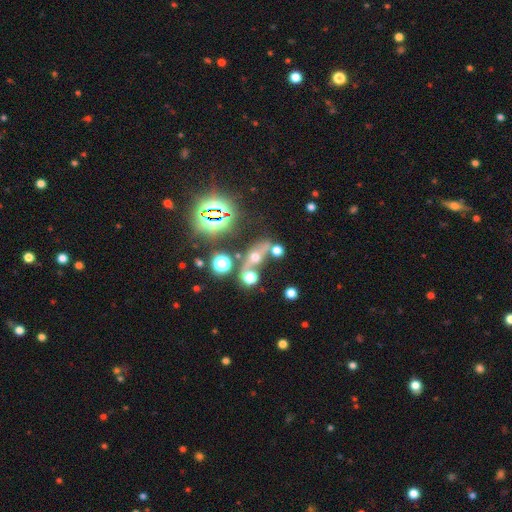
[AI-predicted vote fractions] Q: Smooth or featured?
A: star or artifact (52%); runner-up: smooth (27%)